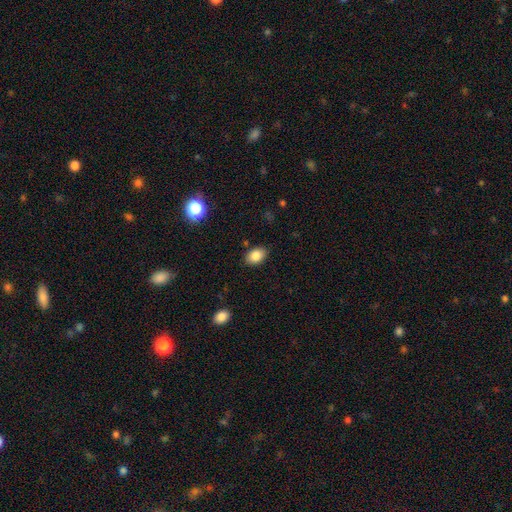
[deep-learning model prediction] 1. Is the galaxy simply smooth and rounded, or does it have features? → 84% smooth, 9% star or artifact, 7% featured or disk.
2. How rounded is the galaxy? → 84% in between, 15% round, 1% cigar-shaped.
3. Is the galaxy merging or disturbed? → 85% none, 11% minor disturbance, 2% major disturbance, 2% merger.